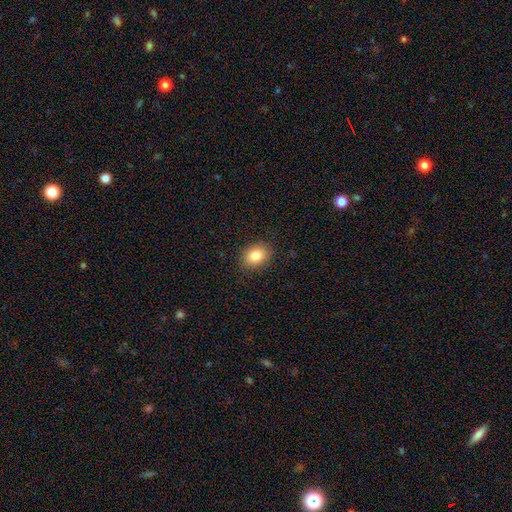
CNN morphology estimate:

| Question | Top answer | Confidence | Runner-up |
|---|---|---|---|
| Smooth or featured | smooth | 84% | star or artifact (9%) |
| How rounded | in between | 62% | round (37%) |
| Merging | none | 88% | minor disturbance (8%) |